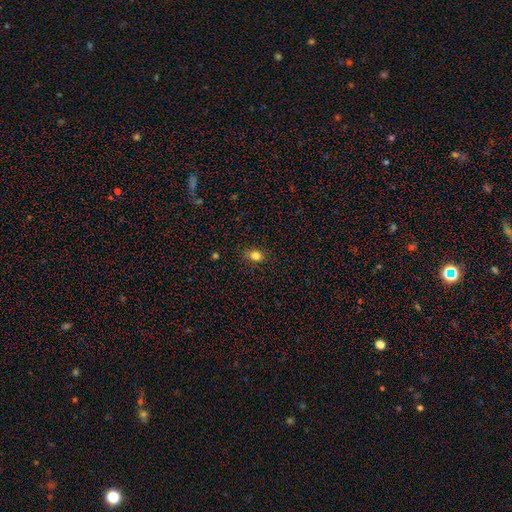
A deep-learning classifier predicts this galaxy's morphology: smooth-or-featured: smooth: 82% | star or artifact: 13% | featured or disk: 6%
  how-rounded: in between: 50% | round: 49% | cigar-shaped: 1%
  merging: none: 85% | minor disturbance: 11% | major disturbance: 3% | merger: 1%